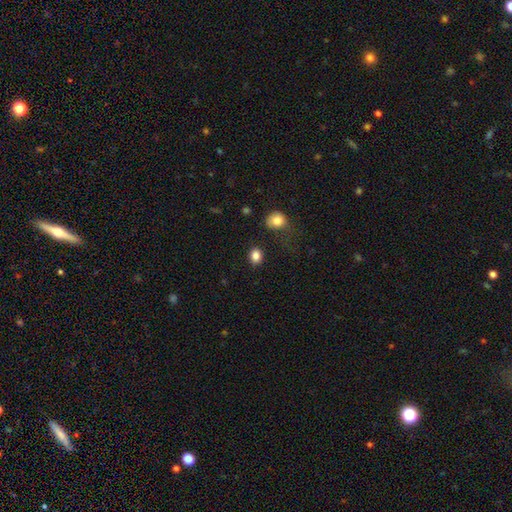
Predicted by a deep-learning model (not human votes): Smooth or featured? Predicted: smooth (p=0.85). How rounded? Predicted: in between (p=0.53). Merging? Predicted: none (p=0.84).